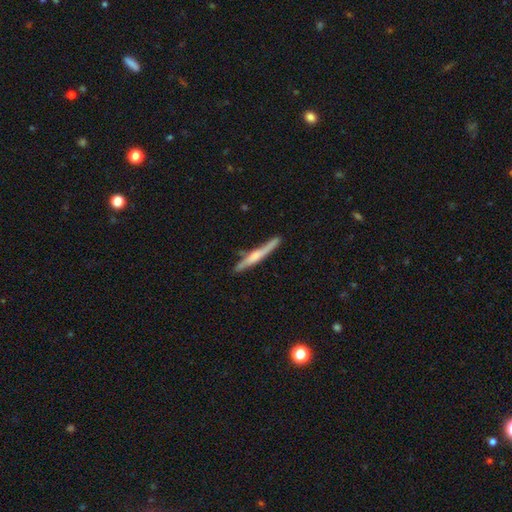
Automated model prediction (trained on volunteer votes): smooth_or_featured: featured or disk (p=0.58) [alt: smooth p=0.37]
disk_edge_on: yes (p=0.95) [alt: no p=0.05]
edge_on_bulge: rounded (p=0.51) [alt: none p=0.29]
merging: none (p=0.77) [alt: minor disturbance p=0.16]